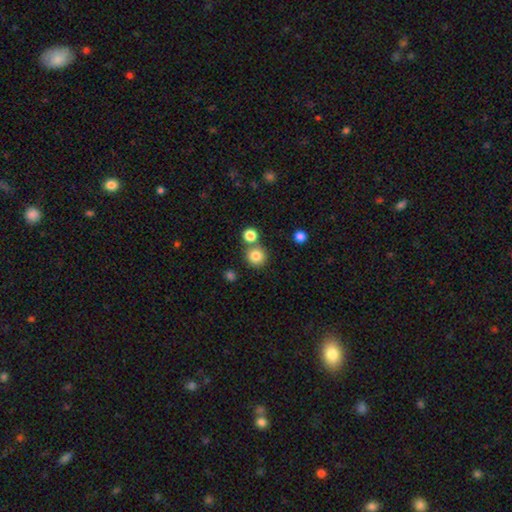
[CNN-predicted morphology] The model was most divided on "merging": none: 71%, merger: 19%, minor disturbance: 7%, major disturbance: 3%. More confident: how rounded — round (93%); smooth or featured — smooth (81%).